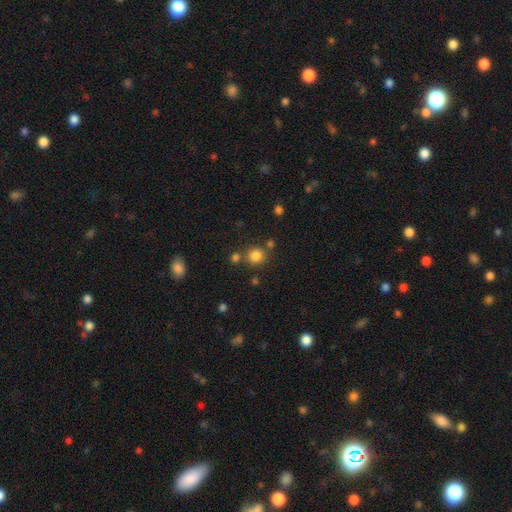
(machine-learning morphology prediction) The model was most divided on "merging": none: 74%, merger: 14%, minor disturbance: 9%, major disturbance: 4%. More confident: how rounded — round (88%); smooth or featured — smooth (81%).